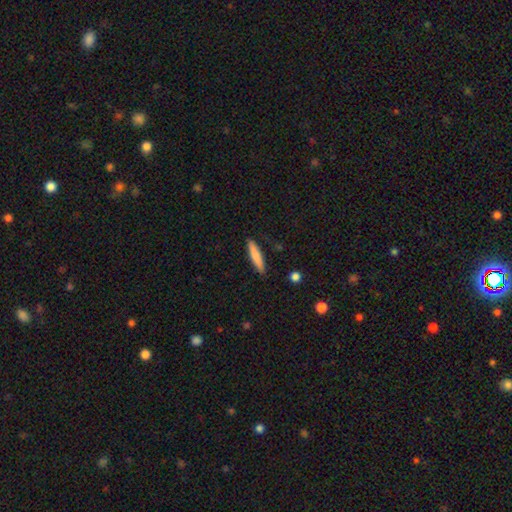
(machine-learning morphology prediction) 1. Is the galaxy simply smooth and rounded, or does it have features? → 77% smooth, 17% featured or disk, 6% star or artifact.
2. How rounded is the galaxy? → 88% cigar-shaped, 11% in between, 1% round.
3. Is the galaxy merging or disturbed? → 88% none, 9% minor disturbance, 2% major disturbance, 1% merger.